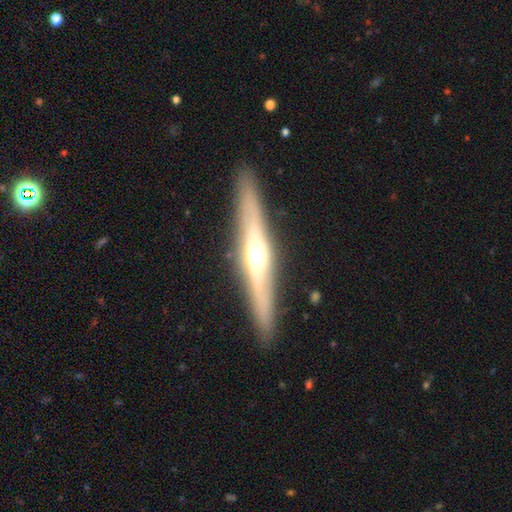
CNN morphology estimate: type=featured or disk (73%); edge-on=yes (95%); edge-on bulge=rounded (86%); merging=none (91%).